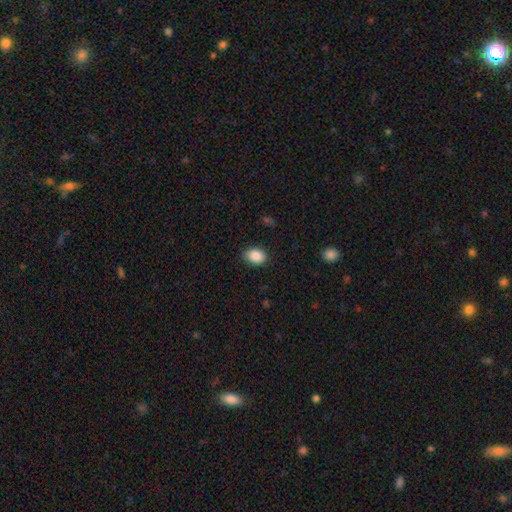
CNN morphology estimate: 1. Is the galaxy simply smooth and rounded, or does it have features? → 89% smooth, 8% star or artifact, 4% featured or disk.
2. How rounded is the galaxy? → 74% in between, 24% round, 1% cigar-shaped.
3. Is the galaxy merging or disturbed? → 83% none, 13% minor disturbance, 3% major disturbance, 1% merger.